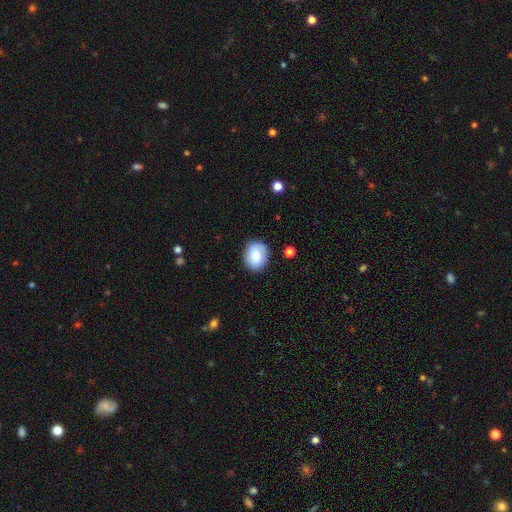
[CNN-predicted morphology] type=smooth (79%); roundness=round (56%); merging=none (85%).